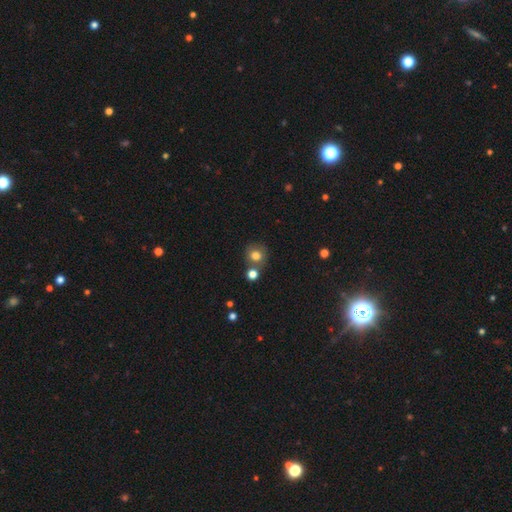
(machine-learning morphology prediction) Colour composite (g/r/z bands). It shows a smooth galaxy with no disk features (78%) that is round (83%). Merging: none (65%).